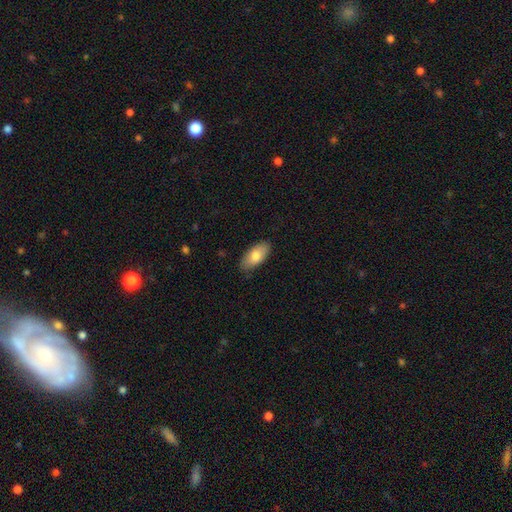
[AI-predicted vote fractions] Smooth or featured: smooth — 79% (featured or disk — 15%)
How rounded: in between — 91% (cigar-shaped — 7%)
Merging: none — 84% (minor disturbance — 12%)